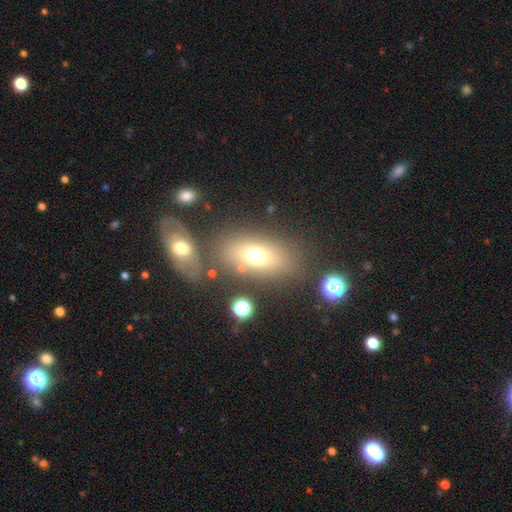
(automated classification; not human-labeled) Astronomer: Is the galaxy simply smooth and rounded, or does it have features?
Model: smooth — 67%.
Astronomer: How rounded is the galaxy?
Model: in between — 76%.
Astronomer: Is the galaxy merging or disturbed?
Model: none — 70%.